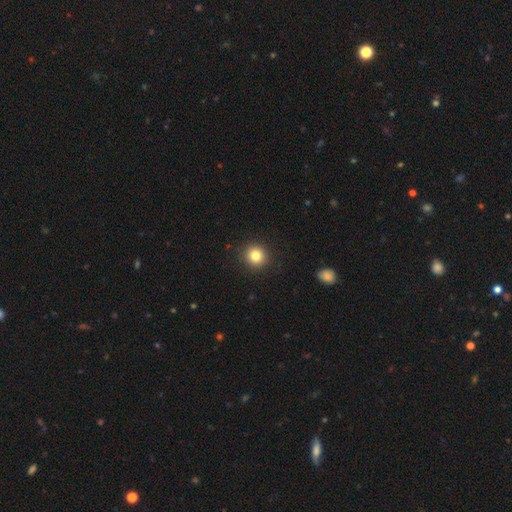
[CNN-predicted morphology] Overall: smooth (82%). How rounded: round (93%). Merging: none (92%).